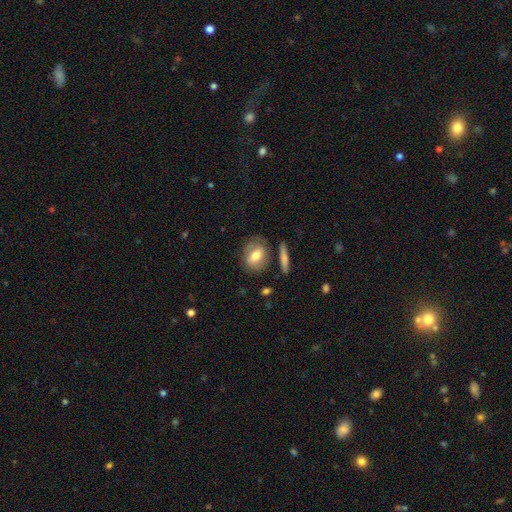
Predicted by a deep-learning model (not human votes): This appears to be a smooth galaxy with no disk features (62%) that is in between round and cigar-shaped (60%). Merging: none (68%).